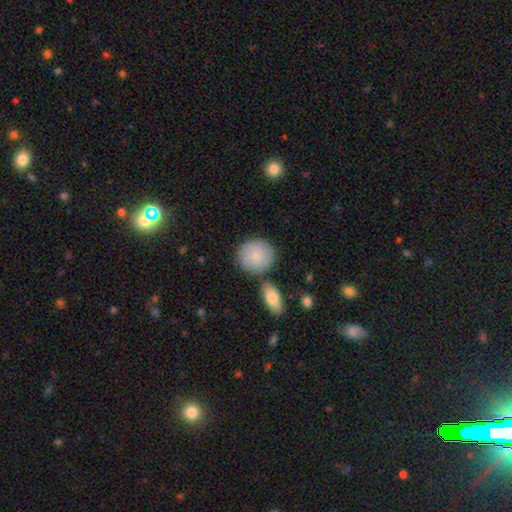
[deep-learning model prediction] Smooth or featured?
  - smooth: 86% *
  - featured or disk: 9%
  - star or artifact: 5%
How rounded?
  - round: 85% *
  - in between: 13%
  - cigar-shaped: 1%
Merging?
  - none: 74% *
  - minor disturbance: 12%
  - merger: 11%
  - major disturbance: 3%